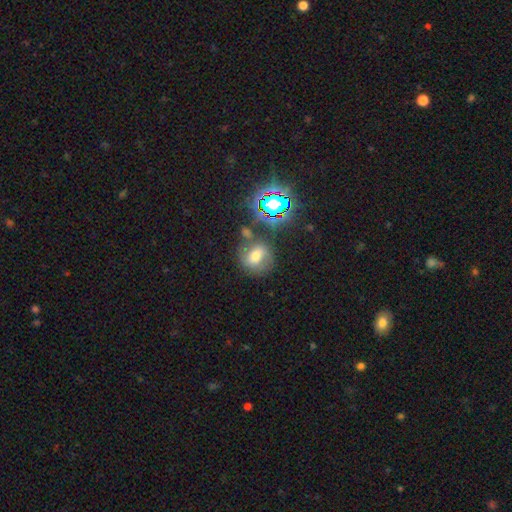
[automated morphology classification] A smooth galaxy with no disk features (49%).

Vote fractions:
- Smooth or featured? smooth: 49% / featured or disk: 29% / star or artifact: 22%
- Merging? none: 62% / minor disturbance: 16% / merger: 13% / major disturbance: 8%